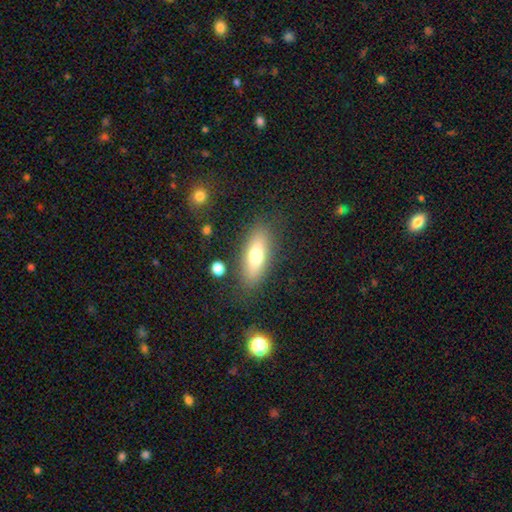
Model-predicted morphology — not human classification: This appears to be a smooth galaxy with no disk features (70%) that is in between round and cigar-shaped (66%). Merging: none (82%).